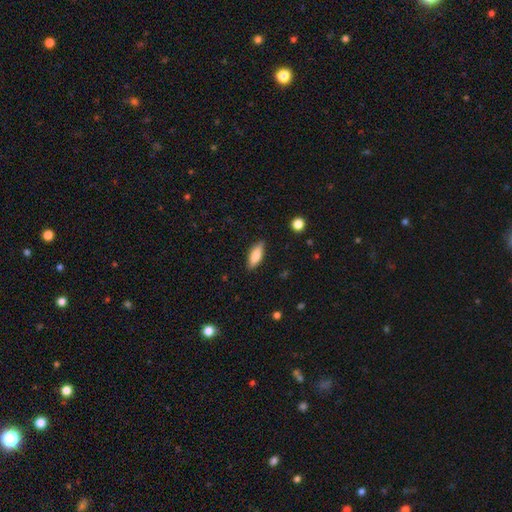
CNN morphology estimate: A smooth galaxy with no disk features (77%) that is in between round and cigar-shaped (64%). Merging: none (85%).